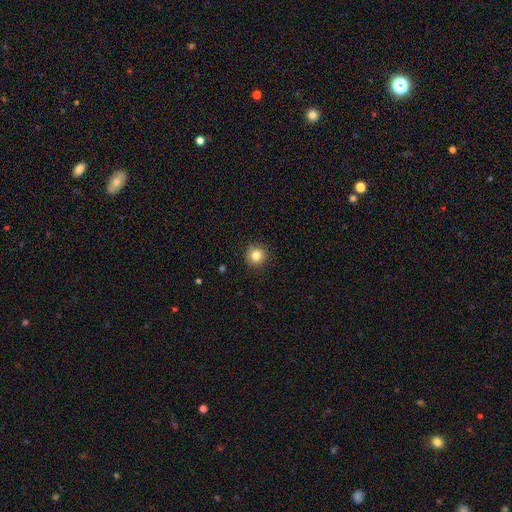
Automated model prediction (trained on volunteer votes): Overall: smooth (83%). How rounded: round (93%). Merging: none (90%).